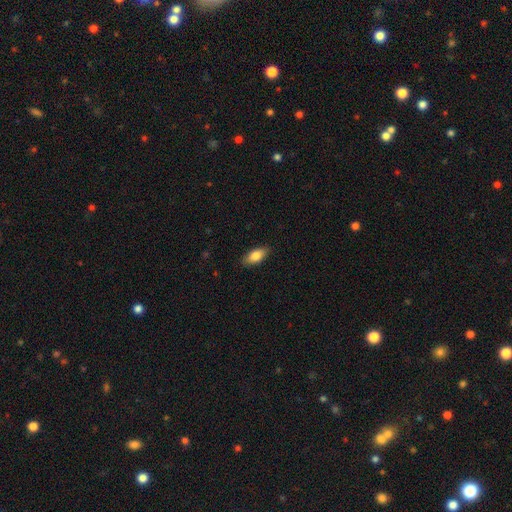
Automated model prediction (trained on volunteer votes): Morphology: type=smooth (82%); roundness=in between (87%); merging=none (87%).